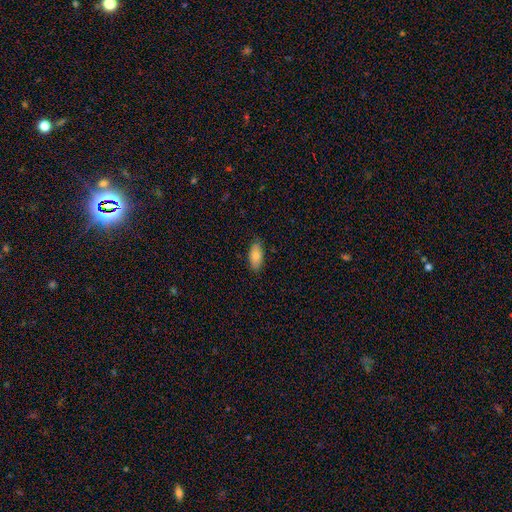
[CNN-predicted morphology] A smooth galaxy with no disk features (84%) that is in between round and cigar-shaped (89%). Merging: none (85%).